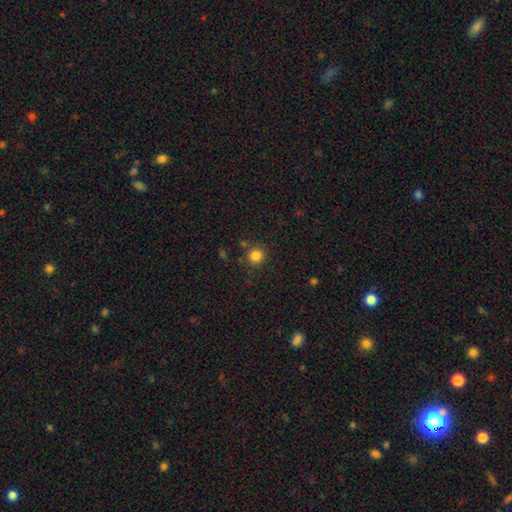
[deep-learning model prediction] Smooth or featured? smooth (84%)
How rounded? round (92%)
Merging? none (85%)